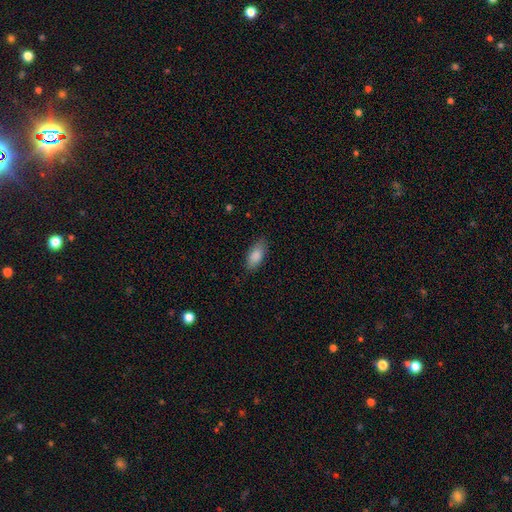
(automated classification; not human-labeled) Morphology: type=smooth (87%); roundness=in between (88%); merging=none (82%).